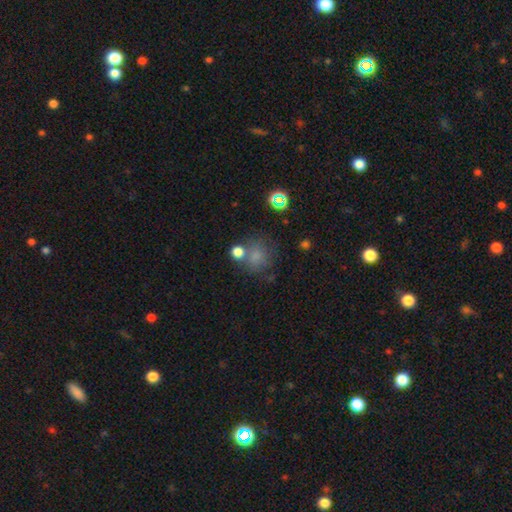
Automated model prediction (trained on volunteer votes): Smooth or featured? Predicted: smooth (p=0.69). How rounded? Predicted: round (p=0.83). Merging? Predicted: none (p=0.60).